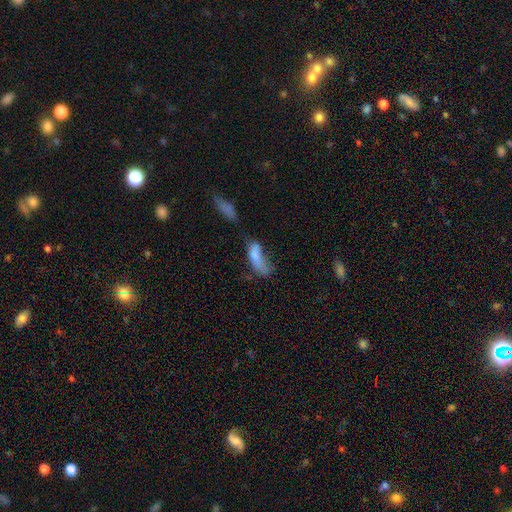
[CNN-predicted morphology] Smooth or featured? Predicted: smooth (p=0.70). How rounded? Predicted: in between (p=0.67). Merging? Predicted: major disturbance (p=0.37).